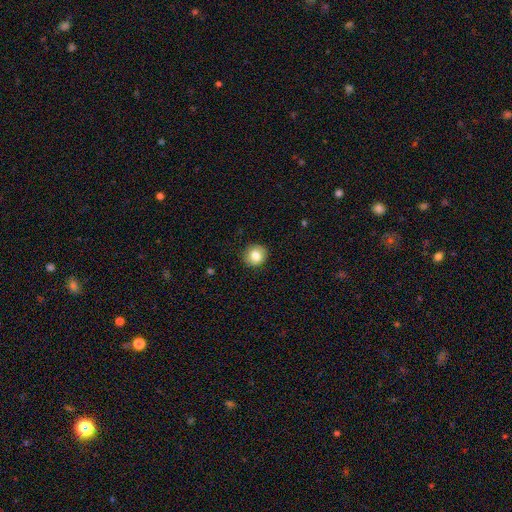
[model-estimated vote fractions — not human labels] Q: Smooth or featured?
A: smooth (80%); runner-up: featured or disk (11%)
Q: How rounded?
A: round (89%); runner-up: in between (10%)
Q: Merging?
A: none (89%); runner-up: minor disturbance (8%)